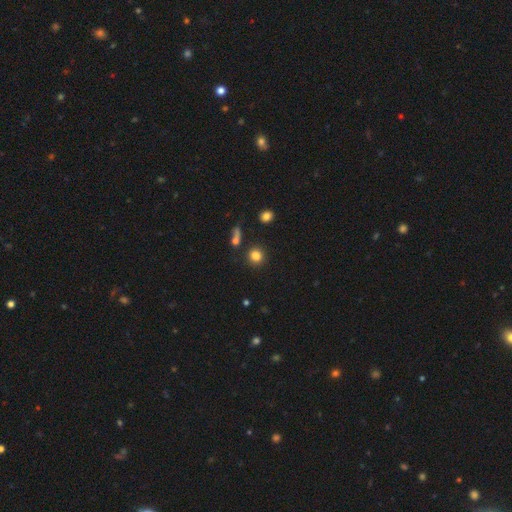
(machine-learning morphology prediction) This appears to be a smooth galaxy with no disk features (82%) that is round (90%). Merging: none (84%).